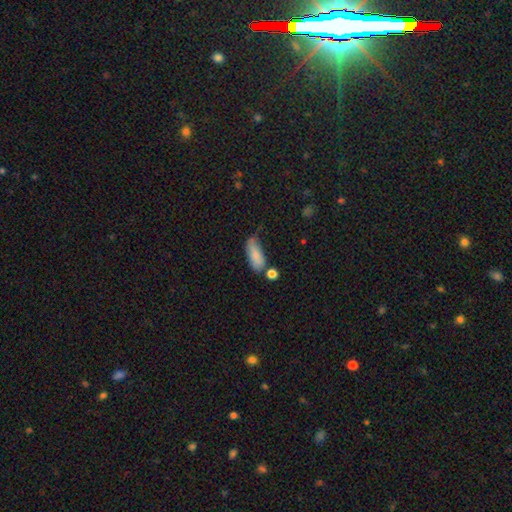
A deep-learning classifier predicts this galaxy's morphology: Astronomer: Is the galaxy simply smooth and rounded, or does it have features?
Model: smooth — 80%.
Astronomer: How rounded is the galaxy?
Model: in between — 79%.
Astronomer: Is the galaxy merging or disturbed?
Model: none — 48% (runner-up: minor disturbance, 30%).